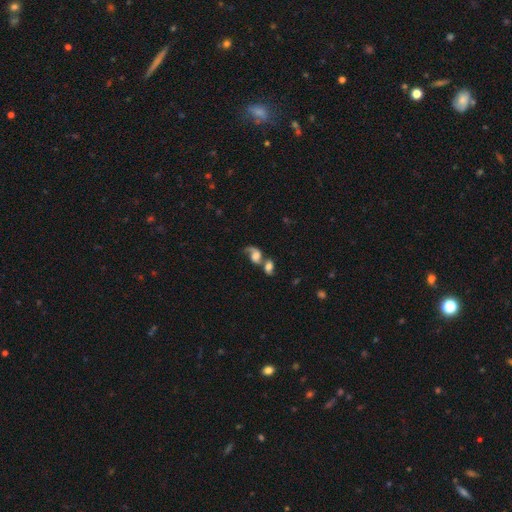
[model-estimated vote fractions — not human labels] The model was most divided on "smooth or featured" (2-way tie): featured or disk: 44%, smooth: 44%, star or artifact: 12%. More confident: merging — merger (66%).